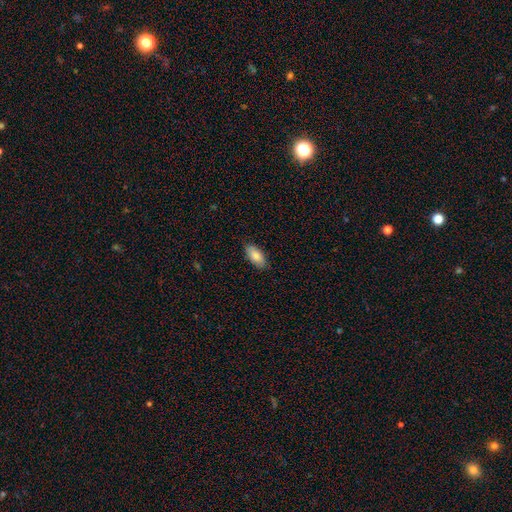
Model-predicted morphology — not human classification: smooth-or-featured: smooth: 83% | featured or disk: 11% | star or artifact: 6%
  how-rounded: in between: 90% | cigar-shaped: 8% | round: 2%
  merging: none: 86% | minor disturbance: 11% | major disturbance: 2% | merger: 1%